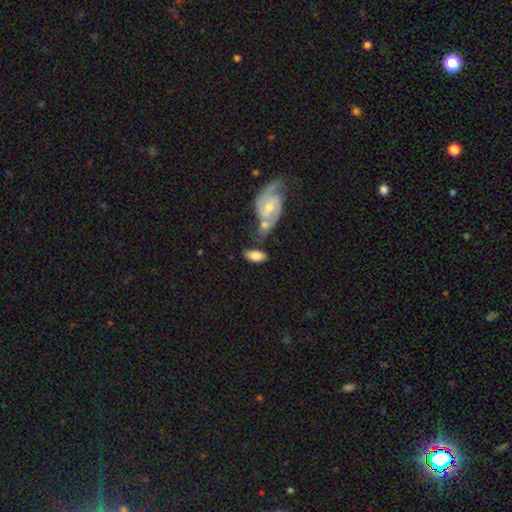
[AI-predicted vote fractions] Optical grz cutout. It shows a smooth galaxy with no disk features (62%) that is in between round and cigar-shaped (91%). Merging: none (44%).